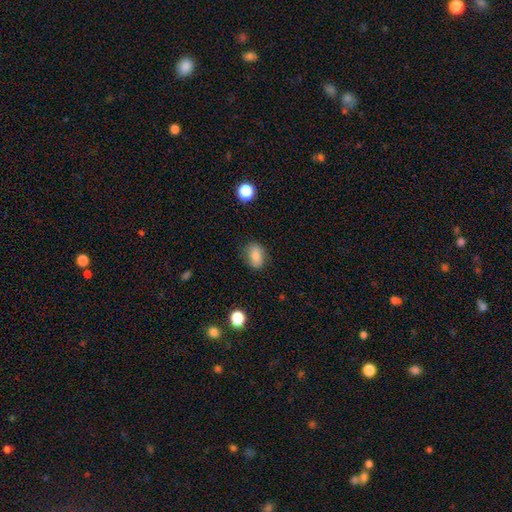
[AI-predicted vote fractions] A smooth galaxy with no disk features (80%) that is in between round and cigar-shaped (74%).

Vote fractions:
- Smooth or featured? smooth: 80% / featured or disk: 11% / star or artifact: 9%
- How rounded? in between: 74% / round: 24% / cigar-shaped: 2%
- Merging? none: 81% / minor disturbance: 14% / major disturbance: 4% / merger: 1%